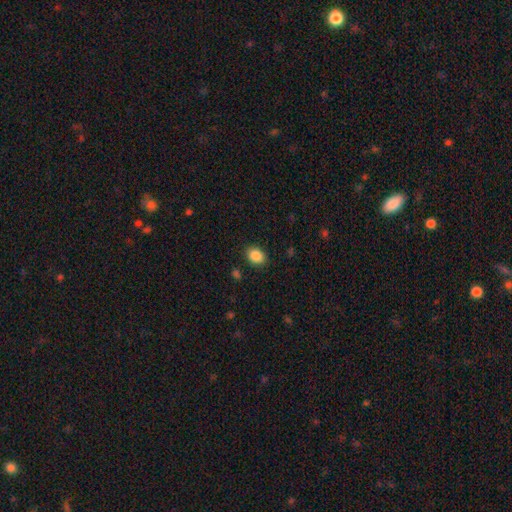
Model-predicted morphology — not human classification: Smooth or featured?
  - smooth: 88% *
  - star or artifact: 9%
  - featured or disk: 4%
How rounded?
  - in between: 64% *
  - round: 35%
  - cigar-shaped: 1%
Merging?
  - none: 87% *
  - minor disturbance: 9%
  - major disturbance: 3%
  - merger: 1%